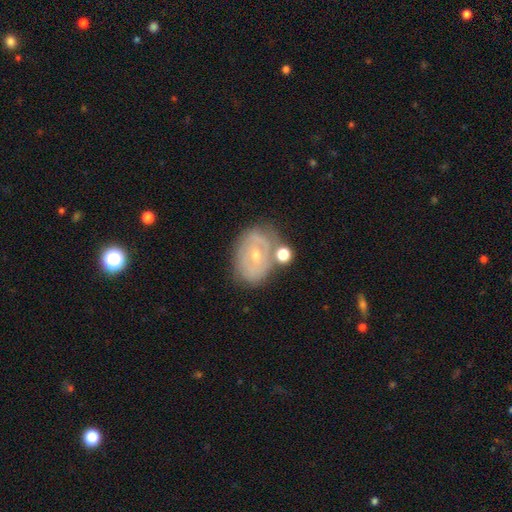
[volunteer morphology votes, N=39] Smooth or featured? featured or disk (77%)
Edge-on disk? no (100%)
Bar? no (53%)
Spiral arms? yes (83%)
Spiral winding? tight (76%)
Spiral arm count? can't tell (60%)
Bulge size? small (50%)
Merging? none (50%)